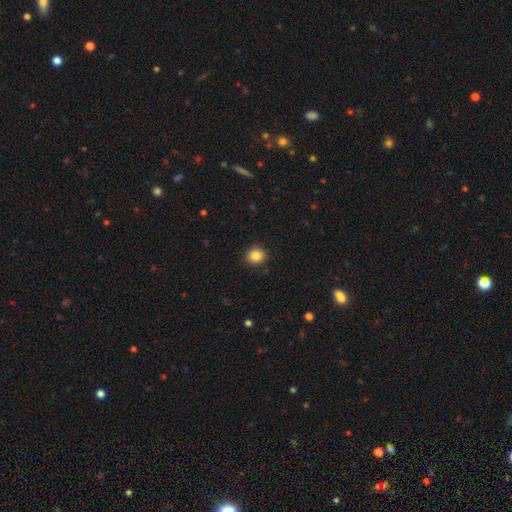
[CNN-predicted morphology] Smooth or featured?
  - smooth: 85% *
  - star or artifact: 10%
  - featured or disk: 4%
How rounded?
  - round: 82% *
  - in between: 17%
  - cigar-shaped: 1%
Merging?
  - none: 88% *
  - minor disturbance: 8%
  - major disturbance: 2%
  - merger: 1%